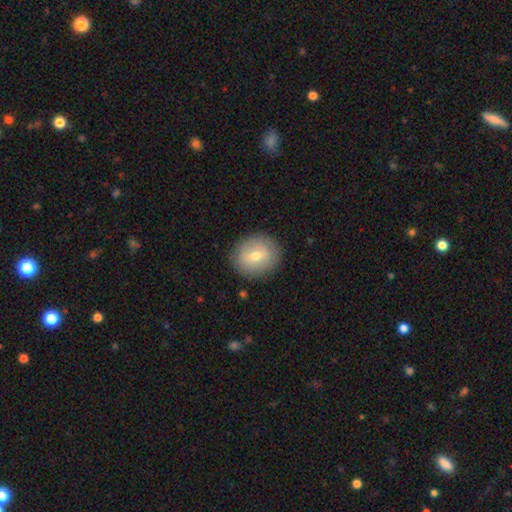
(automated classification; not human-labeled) Q: Smooth or featured?
A: smooth (59%); runner-up: featured or disk (33%)
Q: How rounded?
A: round (77%); runner-up: in between (22%)
Q: Merging?
A: none (86%); runner-up: minor disturbance (10%)